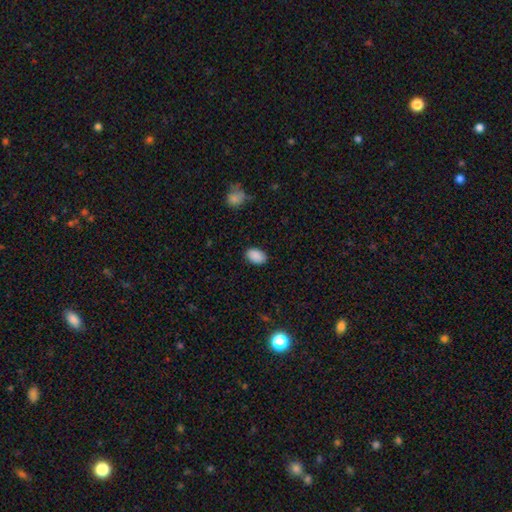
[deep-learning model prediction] Morphology: type=smooth (89%); roundness=in between (88%); merging=none (86%).